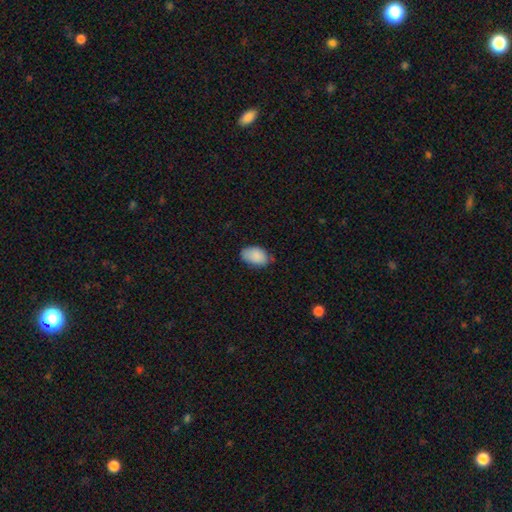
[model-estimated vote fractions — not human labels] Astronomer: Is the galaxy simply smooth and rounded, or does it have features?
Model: smooth — 88%.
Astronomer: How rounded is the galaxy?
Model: in between — 90%.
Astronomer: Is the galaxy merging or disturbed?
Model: none — 69%.